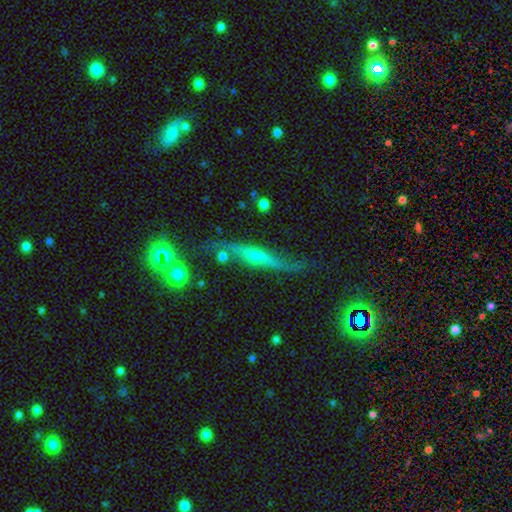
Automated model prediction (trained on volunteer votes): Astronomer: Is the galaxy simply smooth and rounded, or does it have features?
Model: featured or disk — 72%.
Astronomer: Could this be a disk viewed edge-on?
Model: yes — 80%.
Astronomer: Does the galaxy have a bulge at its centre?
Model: rounded — 84%.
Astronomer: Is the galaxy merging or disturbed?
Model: none — 64%.